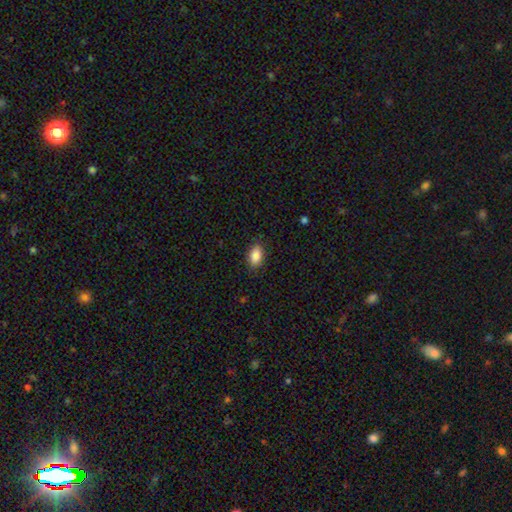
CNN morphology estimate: Smooth or featured: smooth — 88% (star or artifact — 7%)
How rounded: in between — 91% (round — 6%)
Merging: none — 86% (minor disturbance — 10%)